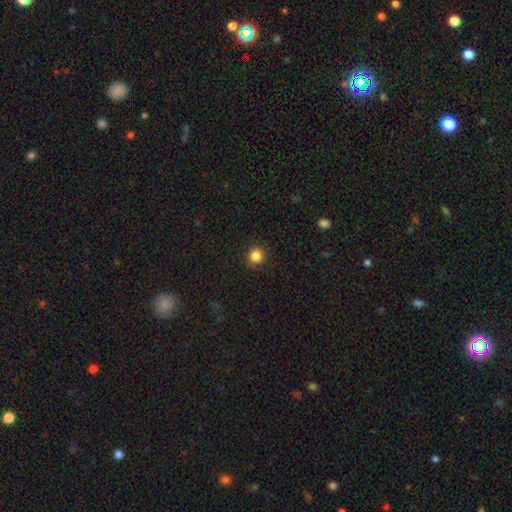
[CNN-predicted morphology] Smooth or featured: smooth — 85% (star or artifact — 11%)
How rounded: round — 91% (in between — 8%)
Merging: none — 91% (minor disturbance — 6%)